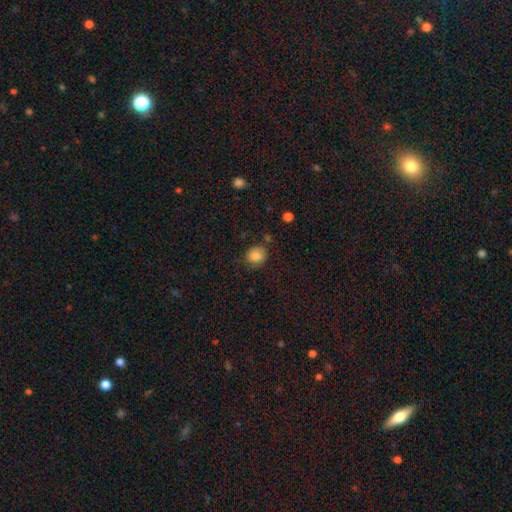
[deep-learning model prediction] smooth-or-featured: smooth: 82% | star or artifact: 10% | featured or disk: 8%
  how-rounded: round: 57% | in between: 42% | cigar-shaped: 1%
  merging: none: 70% | minor disturbance: 21% | major disturbance: 7% | merger: 3%